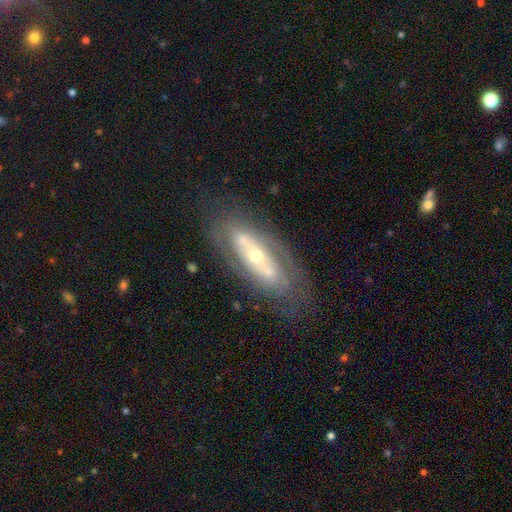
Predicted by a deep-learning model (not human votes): The model was most divided on "bulge size": small: 49%, moderate: 46%, large: 3%, dominant: 1%, none: 1%. More confident: edge-on disk — no (85%); smooth or featured — featured or disk (75%); merging — none (71%); bar — no (68%); spiral arms — yes (54%).